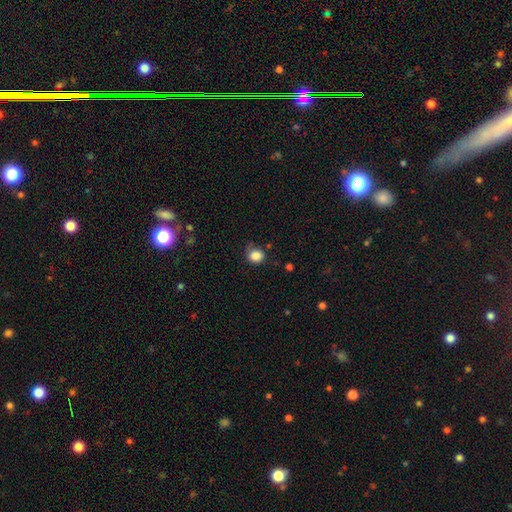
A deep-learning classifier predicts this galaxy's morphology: Smooth or featured? smooth (85%)
How rounded? round (71%)
Merging? none (63%)